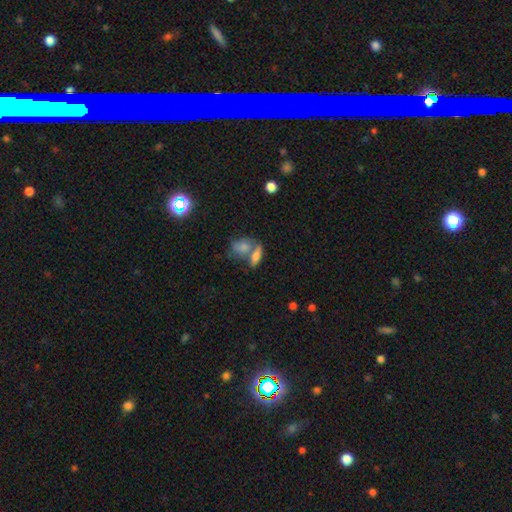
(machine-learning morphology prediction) A smooth galaxy with no disk features (68%) that is in between round and cigar-shaped (67%).

Vote fractions:
- Smooth or featured? smooth: 68% / featured or disk: 23% / star or artifact: 9%
- How rounded? in between: 67% / cigar-shaped: 23% / round: 10%
- Merging? merger: 44% / none: 40% / minor disturbance: 11% / major disturbance: 5%